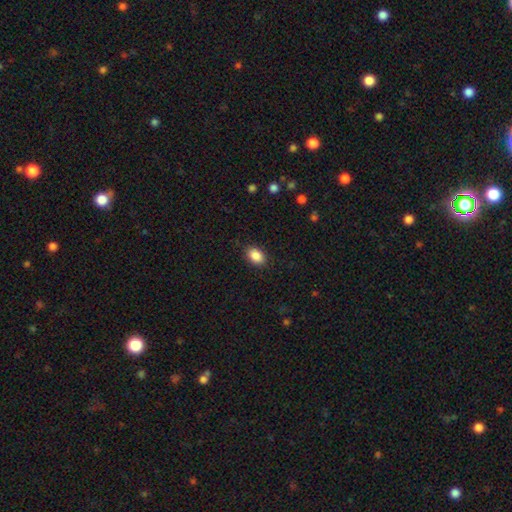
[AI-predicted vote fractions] Smooth or featured? smooth (88%)
How rounded? in between (85%)
Merging? none (87%)